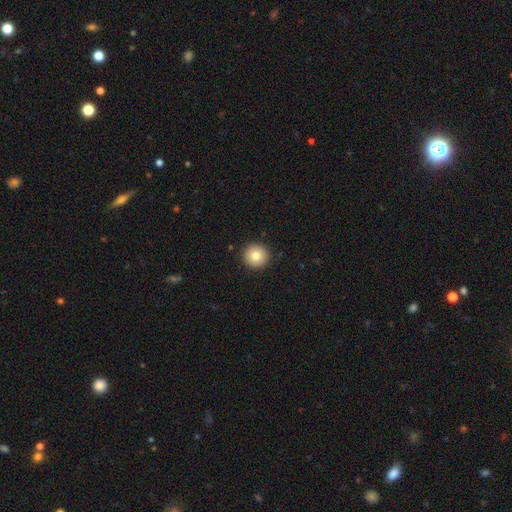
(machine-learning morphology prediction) This appears to be a smooth galaxy with no disk features (80%) that is round (95%). Merging: none (92%).